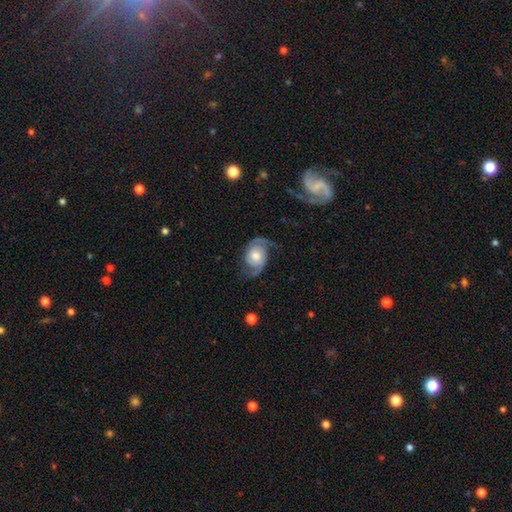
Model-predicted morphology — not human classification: Smooth or featured: featured or disk — 84% (smooth — 10%)
Edge-on disk: no — 97% (yes — 3%)
Bar: no — 74% (weak — 21%)
Spiral arms: yes — 96% (no — 4%)
Spiral winding: medium — 46% (loose — 29%)
Spiral arm count: 2 — 92% (can't tell — 3%)
Bulge size: moderate — 57% (small — 22%)
Merging: none — 70% (minor disturbance — 18%)